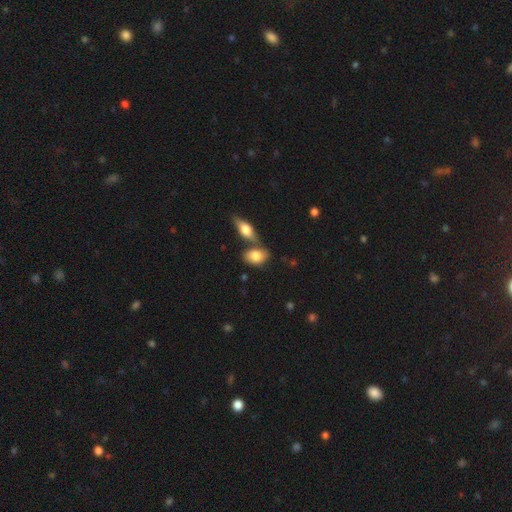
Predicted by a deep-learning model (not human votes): The model was most divided on "merging": none: 52%, merger: 30%, minor disturbance: 14%, major disturbance: 4%. More confident: how rounded — in between (84%); smooth or featured — smooth (78%).